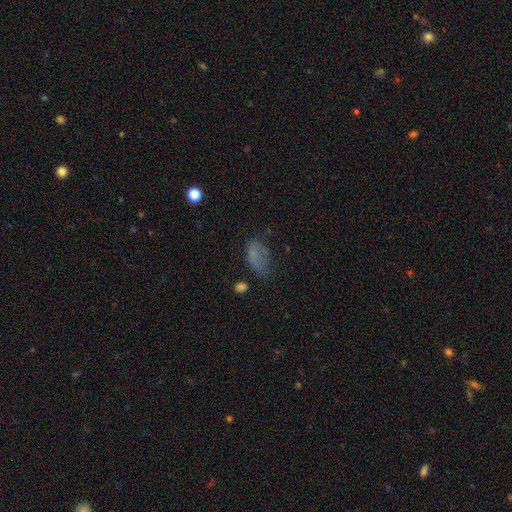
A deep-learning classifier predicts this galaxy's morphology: The model was most divided on "merging": none: 41%, minor disturbance: 31%, major disturbance: 25%, merger: 3%. More confident: how rounded — in between (90%); smooth or featured — smooth (67%).